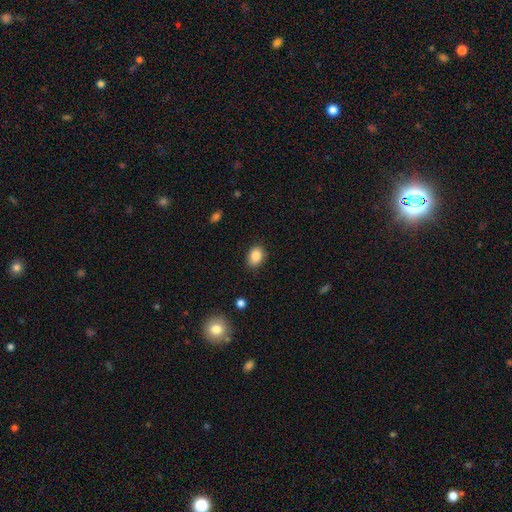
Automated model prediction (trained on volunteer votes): A smooth galaxy with no disk features (87%) that is in between round and cigar-shaped (72%).

Vote fractions:
- Smooth or featured? smooth: 87% / star or artifact: 9% / featured or disk: 5%
- How rounded? in between: 72% / round: 27% / cigar-shaped: 1%
- Merging? none: 86% / minor disturbance: 10% / major disturbance: 2% / merger: 1%